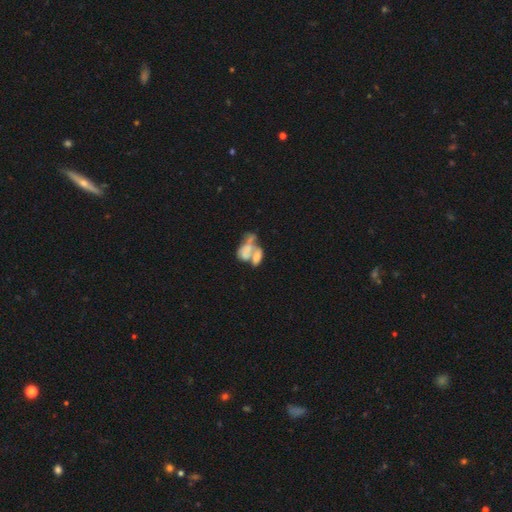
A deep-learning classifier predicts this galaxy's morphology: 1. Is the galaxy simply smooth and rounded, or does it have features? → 44% smooth, 42% featured or disk, 13% star or artifact.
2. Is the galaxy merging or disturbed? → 66% merger, 13% none, 13% major disturbance, 8% minor disturbance.